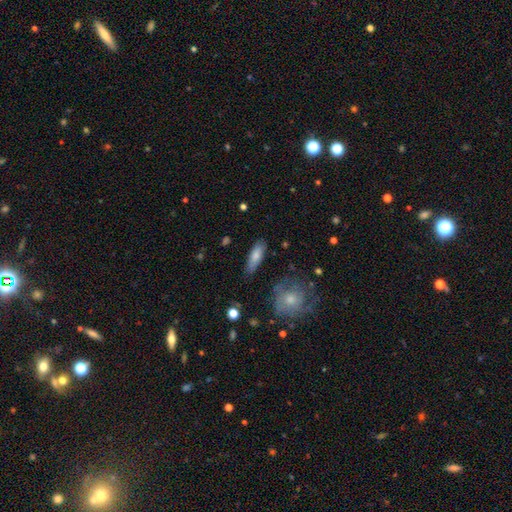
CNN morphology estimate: Smooth or featured?
  - smooth: 77% *
  - featured or disk: 17%
  - star or artifact: 7%
How rounded?
  - in between: 55% *
  - cigar-shaped: 42%
  - round: 3%
Merging?
  - none: 77% *
  - minor disturbance: 16%
  - major disturbance: 4%
  - merger: 3%